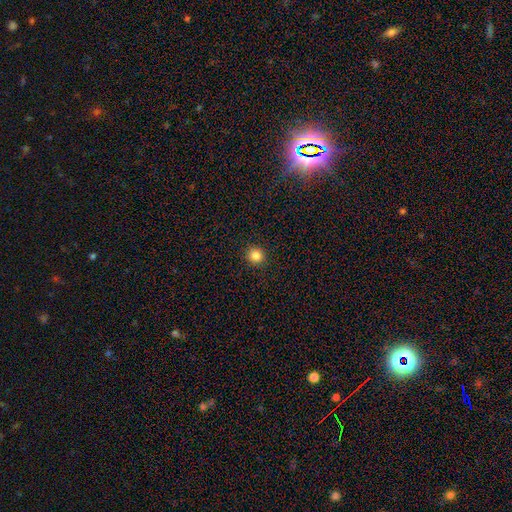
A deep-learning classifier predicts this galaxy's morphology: This appears to be a smooth galaxy with no disk features (84%) that is round (92%). Merging: none (92%).